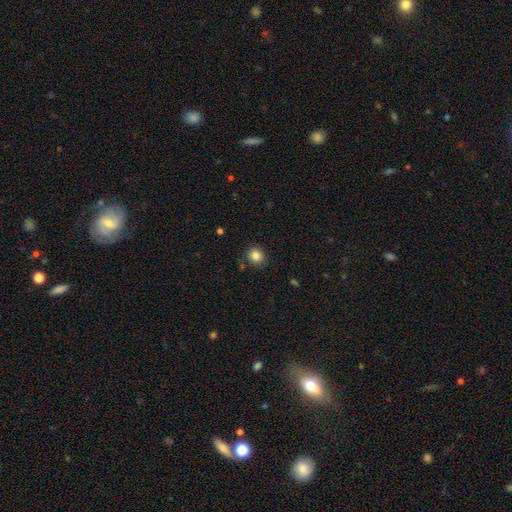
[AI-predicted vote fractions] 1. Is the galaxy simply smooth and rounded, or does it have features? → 84% smooth, 11% star or artifact, 5% featured or disk.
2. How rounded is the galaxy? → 85% round, 14% in between, 1% cigar-shaped.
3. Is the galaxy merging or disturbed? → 88% none, 8% minor disturbance, 2% major disturbance, 2% merger.